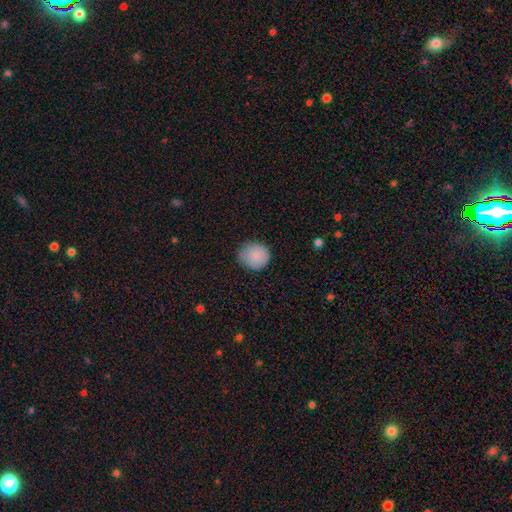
This appears to be a smooth galaxy with no disk features (92%) that is round (91%). Merging: none (72%).